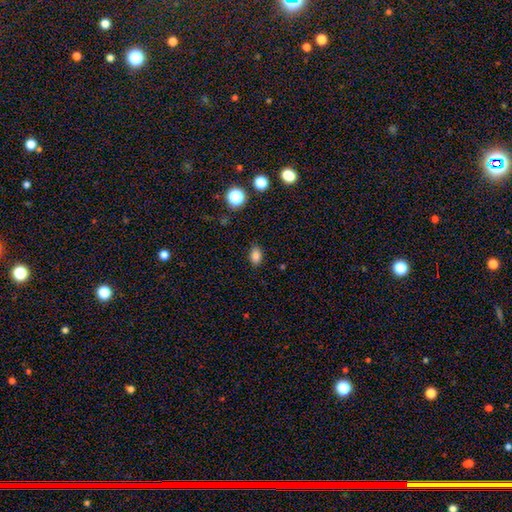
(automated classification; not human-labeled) Overall: smooth (83%). How rounded: in between (83%). Merging: none (85%).